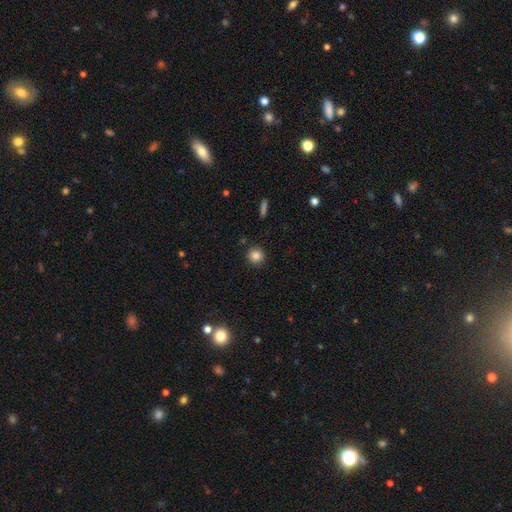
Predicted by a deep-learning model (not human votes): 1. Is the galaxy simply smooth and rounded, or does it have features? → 84% smooth, 11% star or artifact, 5% featured or disk.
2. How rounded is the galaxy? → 93% round, 6% in between, 1% cigar-shaped.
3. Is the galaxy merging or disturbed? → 89% none, 7% minor disturbance, 2% major disturbance, 2% merger.